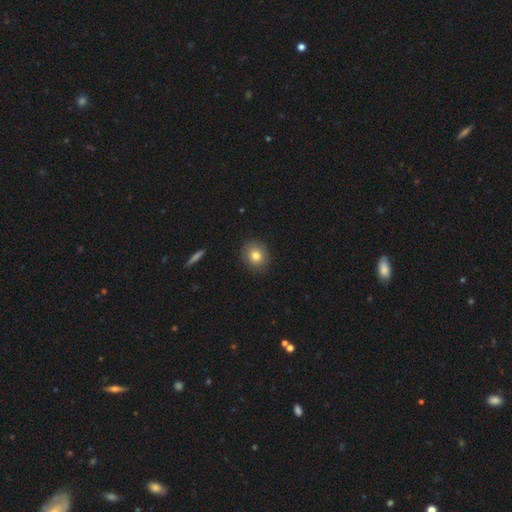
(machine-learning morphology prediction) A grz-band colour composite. It shows a smooth galaxy with no disk features (79%) that is round (74%). Merging: none (88%).